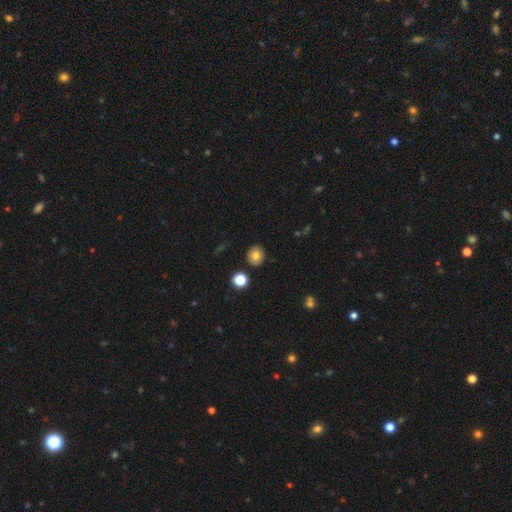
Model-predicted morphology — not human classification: Smooth or featured? Predicted: smooth (p=0.78). How rounded? Predicted: round (p=0.82). Merging? Predicted: none (p=0.89).